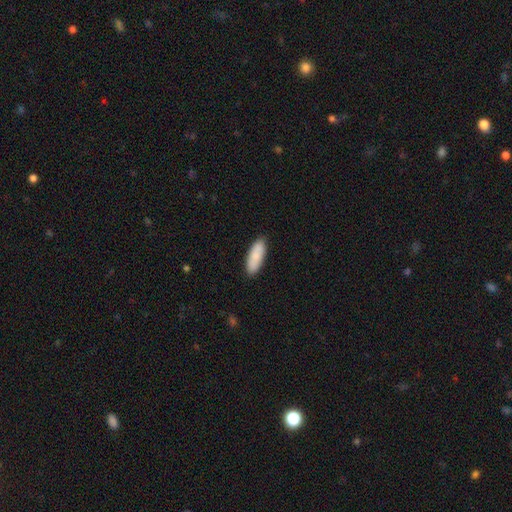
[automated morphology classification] Smooth or featured?
  - smooth: 88% *
  - featured or disk: 7%
  - star or artifact: 5%
How rounded?
  - in between: 70% *
  - cigar-shaped: 28%
  - round: 2%
Merging?
  - none: 88% *
  - minor disturbance: 9%
  - major disturbance: 2%
  - merger: 1%